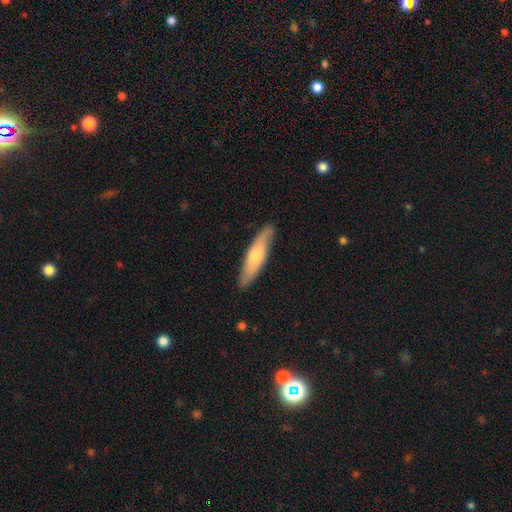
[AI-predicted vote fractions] Overall: smooth (57%; featured or disk 38%). How rounded: cigar-shaped (80%). Merging: none (86%).